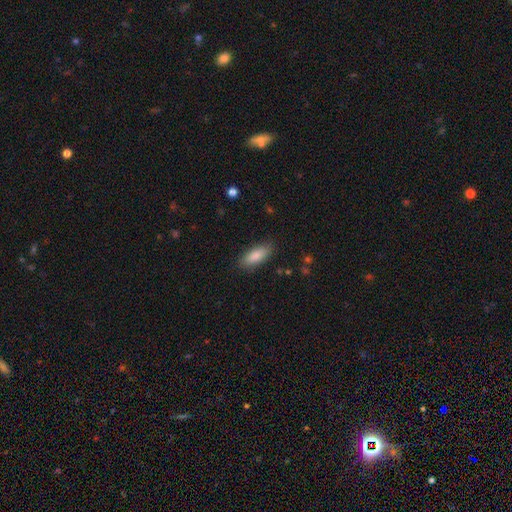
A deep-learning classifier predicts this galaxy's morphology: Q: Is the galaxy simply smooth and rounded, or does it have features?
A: smooth — 86%.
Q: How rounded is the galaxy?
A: in between — 74%.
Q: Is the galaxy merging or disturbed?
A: none — 86%.